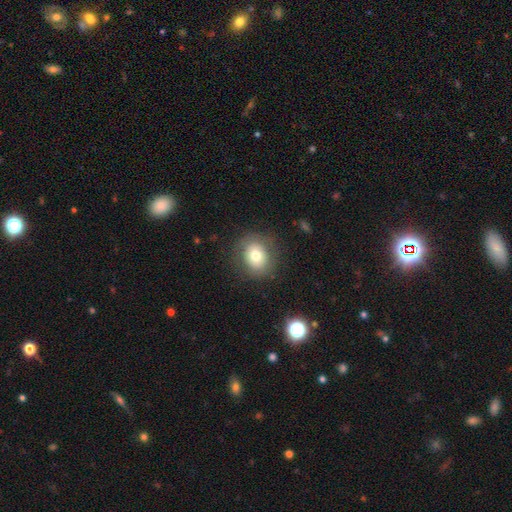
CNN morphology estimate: Overall: smooth (73%). How rounded: round (66%; in between 33%). Merging: none (82%).